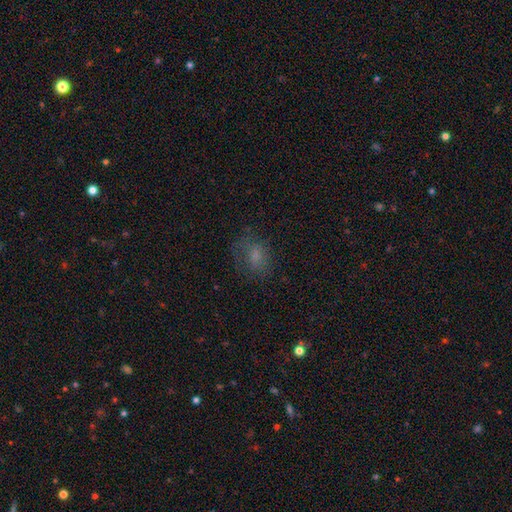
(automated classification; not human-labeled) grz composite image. It shows a smooth galaxy with no disk features (65%) that is in between round and cigar-shaped (60%). Merging: none (61%).